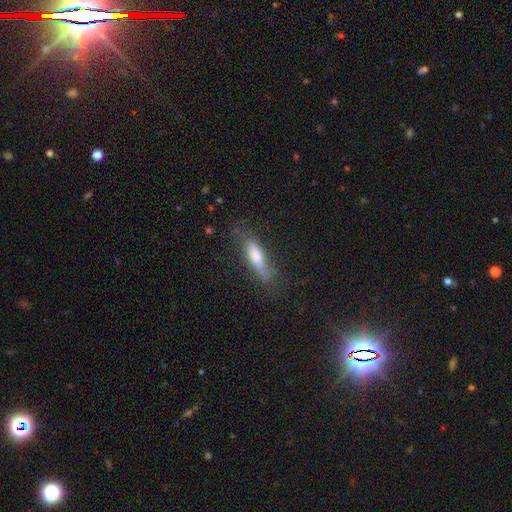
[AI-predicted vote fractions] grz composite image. It shows a smooth galaxy with no disk features (65%) that is cigar-shaped (68%). Merging: none (68%).